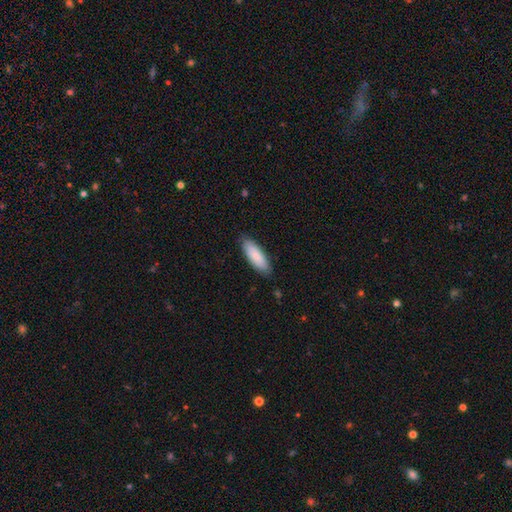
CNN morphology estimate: This is clearly a smooth galaxy (83%). How rounded: likely in between (65%). Merging: clearly none (85%).